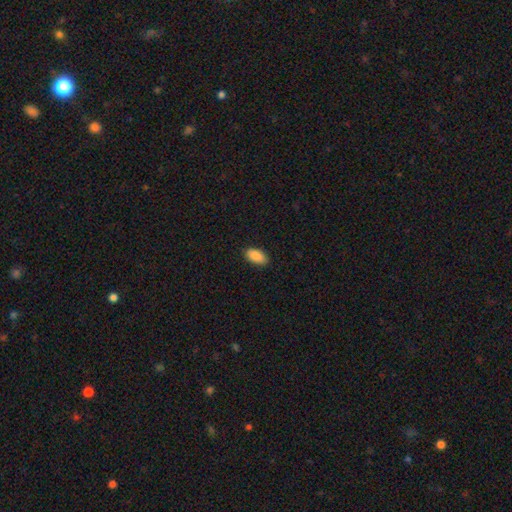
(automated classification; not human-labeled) A smooth galaxy with no disk features (89%) that is in between round and cigar-shaped (93%).

Vote fractions:
- Smooth or featured? smooth: 89% / star or artifact: 7% / featured or disk: 4%
- How rounded? in between: 93% / cigar-shaped: 4% / round: 3%
- Merging? none: 89% / minor disturbance: 9% / major disturbance: 2% / merger: 1%